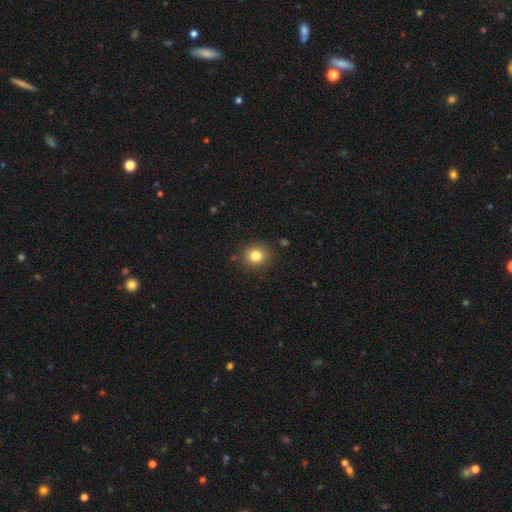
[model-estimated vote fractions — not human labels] Q: Smooth or featured?
A: smooth (82%); runner-up: star or artifact (12%)
Q: How rounded?
A: round (88%); runner-up: in between (11%)
Q: Merging?
A: none (88%); runner-up: minor disturbance (8%)